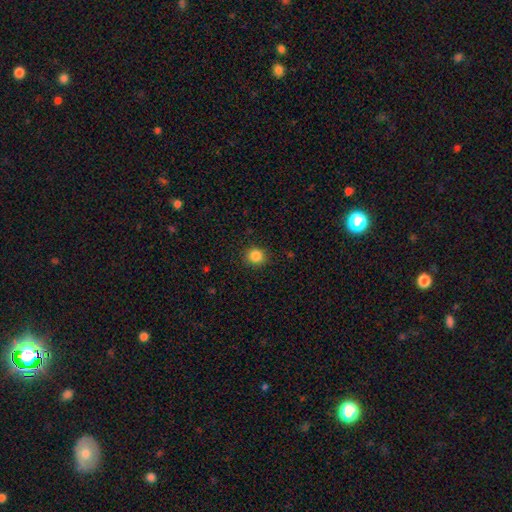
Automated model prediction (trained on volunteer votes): A smooth galaxy with no disk features (85%) that is round (86%).

Vote fractions:
- Smooth or featured? smooth: 85% / star or artifact: 11% / featured or disk: 4%
- How rounded? round: 86% / in between: 13% / cigar-shaped: 1%
- Merging? none: 90% / minor disturbance: 7% / major disturbance: 2% / merger: 1%